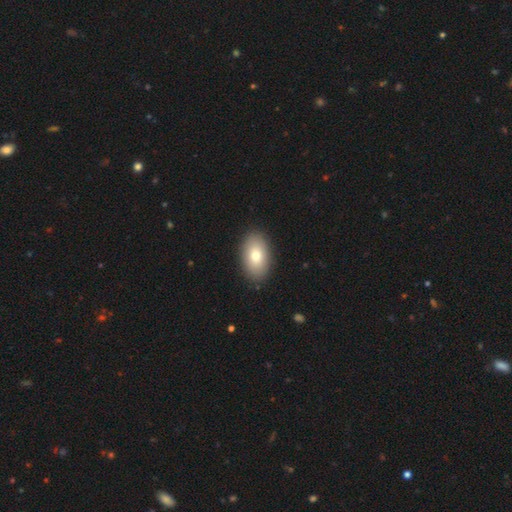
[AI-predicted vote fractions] Smooth or featured?
  - smooth: 79% *
  - featured or disk: 14%
  - star or artifact: 7%
How rounded?
  - in between: 92% *
  - round: 6%
  - cigar-shaped: 2%
Merging?
  - none: 90% *
  - minor disturbance: 7%
  - major disturbance: 2%
  - merger: 1%